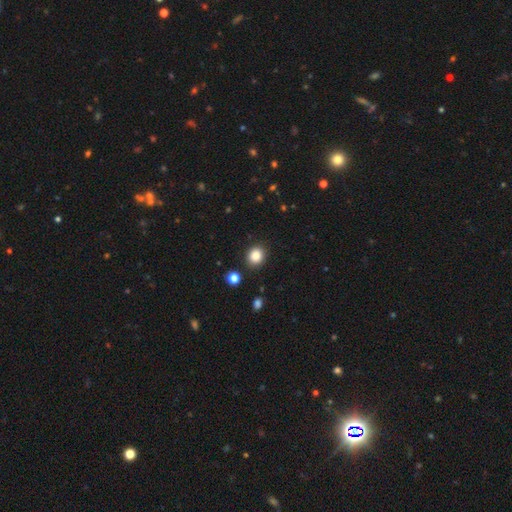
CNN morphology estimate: Overall: smooth (86%). How rounded: round (72%). Merging: none (88%).